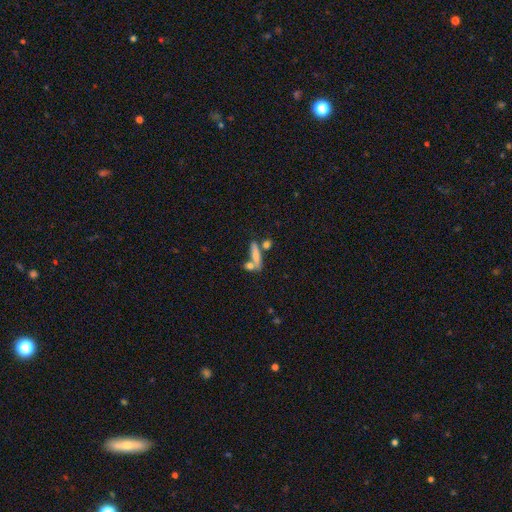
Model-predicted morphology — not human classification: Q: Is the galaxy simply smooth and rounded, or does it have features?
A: smooth — 67%.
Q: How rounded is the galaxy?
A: cigar-shaped — 69%.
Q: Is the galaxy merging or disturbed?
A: none — 49%.